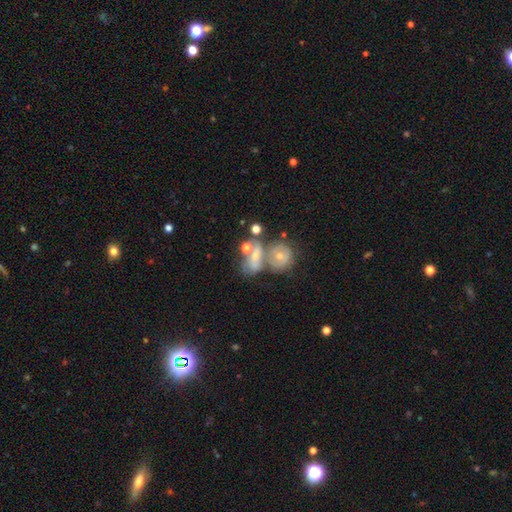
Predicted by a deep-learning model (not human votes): The model was most divided on "smooth or featured": featured or disk: 41%, smooth: 37%, star or artifact: 22%. Remaining: merging — merger (44%).